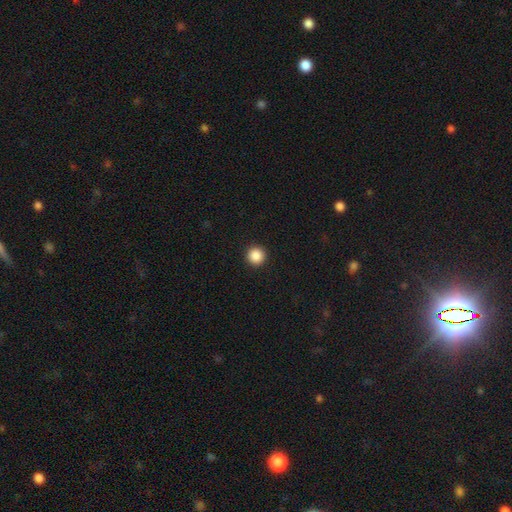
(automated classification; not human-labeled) smooth_or_featured: smooth (p=0.88) [alt: star or artifact p=0.10]
how_rounded: round (p=0.96) [alt: in between p=0.03]
merging: none (p=0.94) [alt: minor disturbance p=0.04]